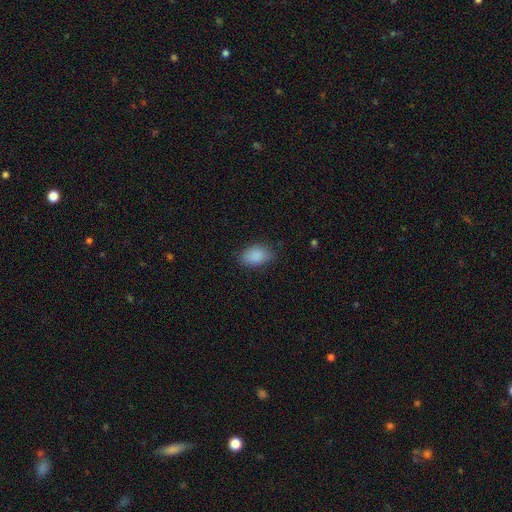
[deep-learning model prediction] A smooth galaxy with no disk features (89%) that is in between round and cigar-shaped (88%). Merging: none (79%).